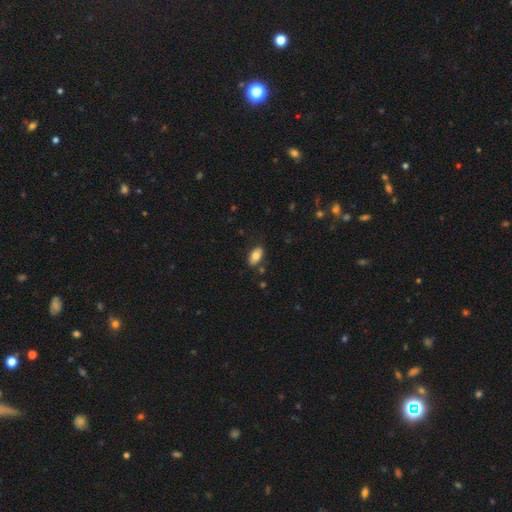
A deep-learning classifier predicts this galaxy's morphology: A smooth galaxy with no disk features (79%) that is in between round and cigar-shaped (93%). Merging: none (82%).